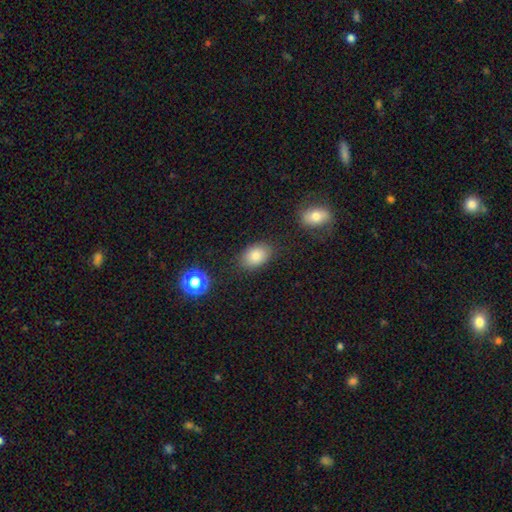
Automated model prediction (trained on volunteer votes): Smooth or featured? Predicted: smooth (p=0.84). How rounded? Predicted: in between (p=0.83). Merging? Predicted: none (p=0.83).